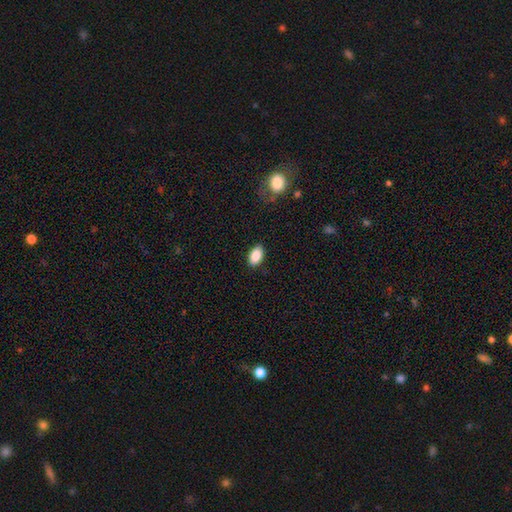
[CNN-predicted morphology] Smooth or featured?
  - smooth: 87% *
  - star or artifact: 7%
  - featured or disk: 5%
How rounded?
  - in between: 92% *
  - round: 6%
  - cigar-shaped: 2%
Merging?
  - none: 86% *
  - minor disturbance: 10%
  - major disturbance: 2%
  - merger: 1%